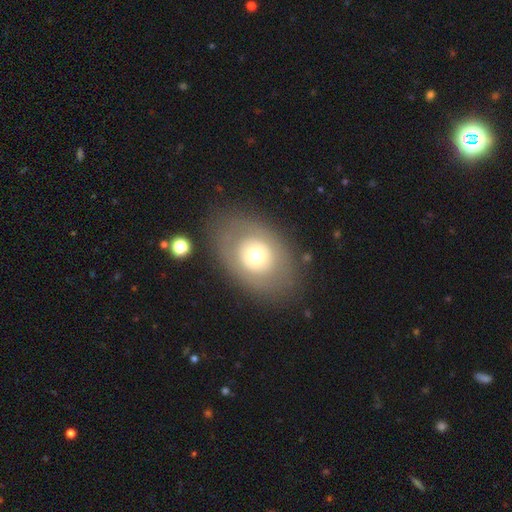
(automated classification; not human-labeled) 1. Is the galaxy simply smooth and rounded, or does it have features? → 53% smooth, 39% featured or disk, 8% star or artifact.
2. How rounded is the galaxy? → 69% in between, 30% round, 1% cigar-shaped.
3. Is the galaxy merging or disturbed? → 80% none, 11% minor disturbance, 7% major disturbance, 2% merger.